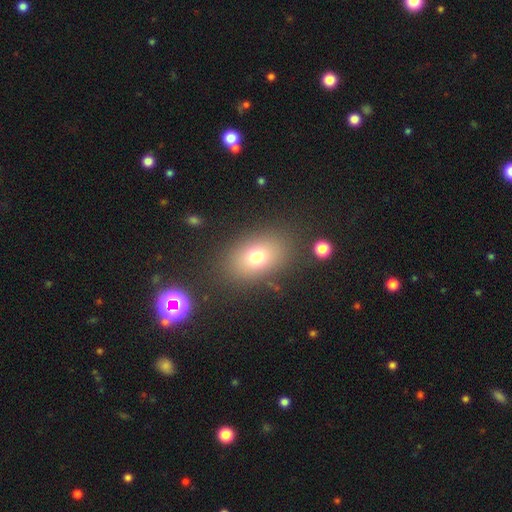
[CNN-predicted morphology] smooth_or_featured: smooth (p=0.72) [alt: star or artifact p=0.15]
how_rounded: in between (p=0.76) [alt: round p=0.23]
merging: none (p=0.84) [alt: minor disturbance p=0.10]